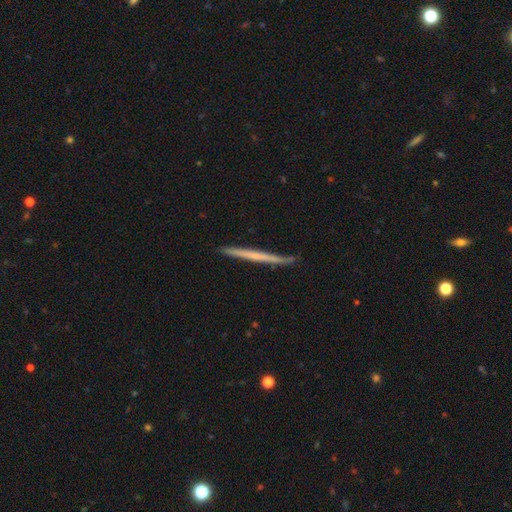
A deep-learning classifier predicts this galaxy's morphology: Q: Smooth or featured?
A: featured or disk (52%); runner-up: smooth (42%)
Q: Edge-on disk?
A: yes (97%); runner-up: no (3%)
Q: Edge-on bulge?
A: none (87%); runner-up: rounded (9%)
Q: Merging?
A: none (87%); runner-up: minor disturbance (10%)